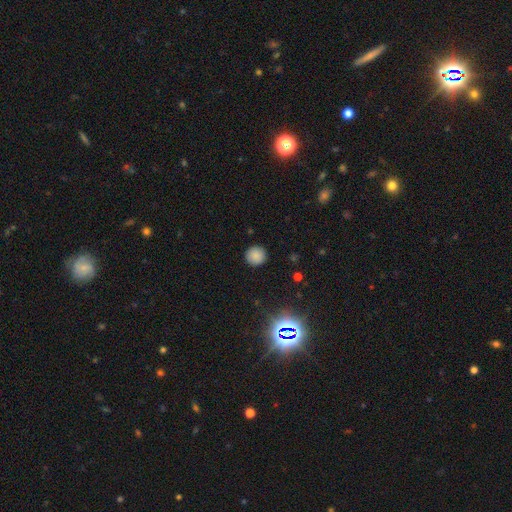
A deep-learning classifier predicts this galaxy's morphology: Overall: smooth (83%). How rounded: round (94%). Merging: none (91%).